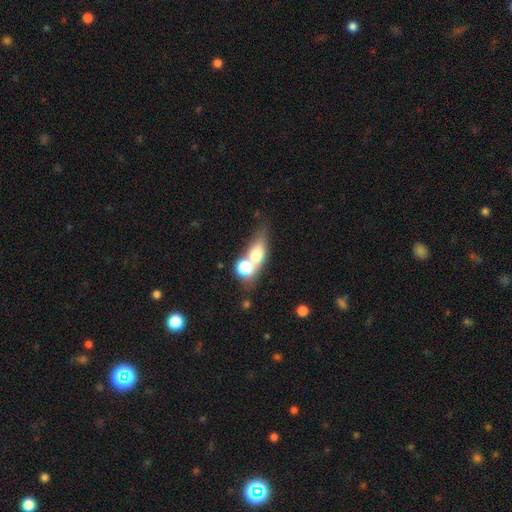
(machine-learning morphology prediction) A smooth galaxy with no disk features (61%) that is in between round and cigar-shaped (53%). Merging: merger (44%).